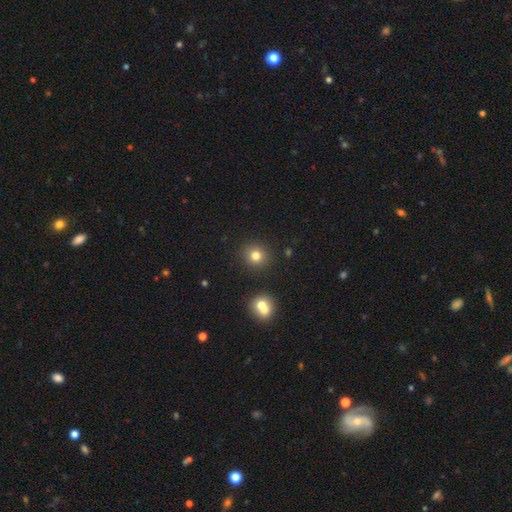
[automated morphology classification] Smooth or featured? smooth (79%)
How rounded? round (90%)
Merging? none (86%)